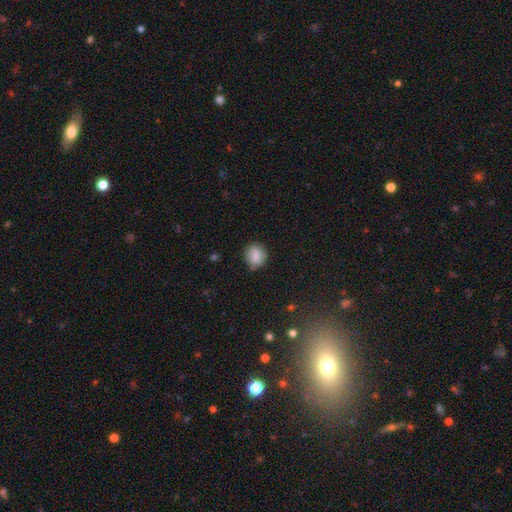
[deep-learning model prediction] The model was most divided on "how rounded": round: 76%, in between: 23%, cigar-shaped: 1%. More confident: smooth or featured — smooth (84%); merging — none (80%).